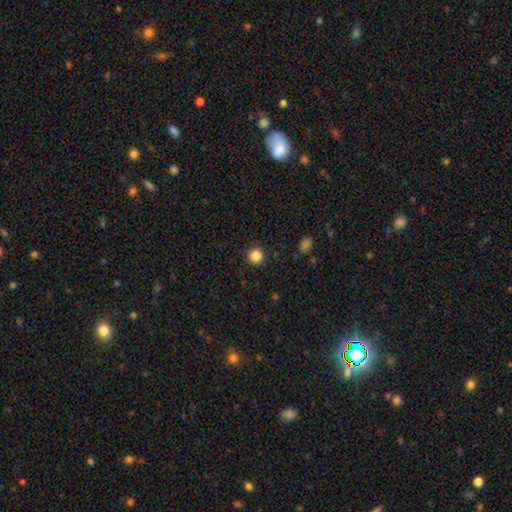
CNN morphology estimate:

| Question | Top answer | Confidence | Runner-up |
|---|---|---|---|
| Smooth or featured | smooth | 85% | star or artifact (11%) |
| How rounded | round | 94% | in between (5%) |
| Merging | none | 92% | minor disturbance (5%) |